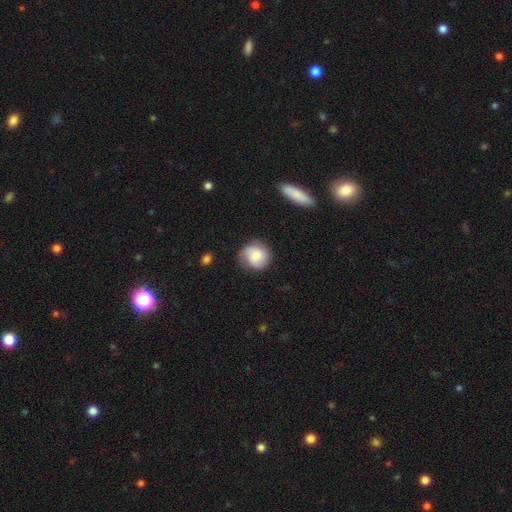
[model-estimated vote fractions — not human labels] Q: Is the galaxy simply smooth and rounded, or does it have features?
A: smooth — 69%.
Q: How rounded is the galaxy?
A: round — 87%.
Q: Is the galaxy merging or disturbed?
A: none — 72%.